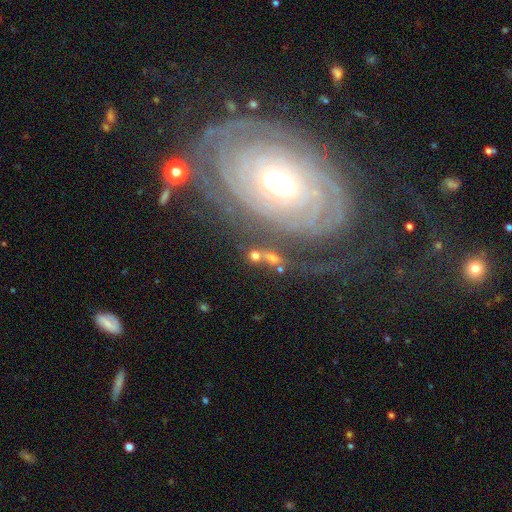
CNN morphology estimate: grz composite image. It shows a smooth galaxy with no disk features (50%) that is round (50%). Merging: none (53%).